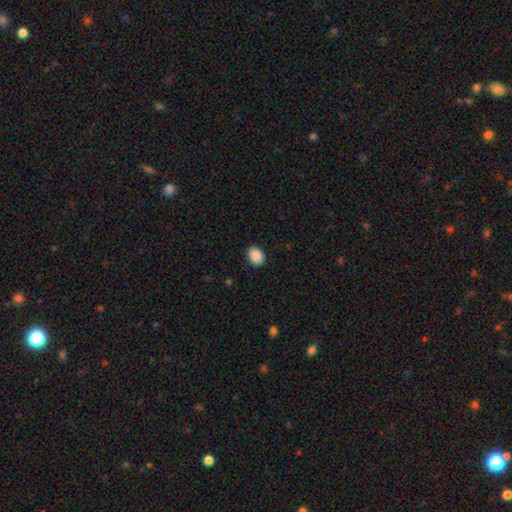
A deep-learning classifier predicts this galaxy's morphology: Smooth or featured: smooth — 90% (star or artifact — 7%)
How rounded: in between — 66% (round — 33%)
Merging: none — 90% (minor disturbance — 7%)